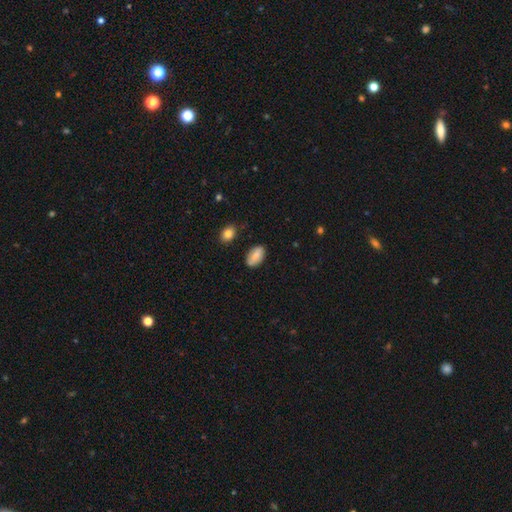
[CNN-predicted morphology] Smooth or featured? smooth (81%)
How rounded? in between (92%)
Merging? none (80%)